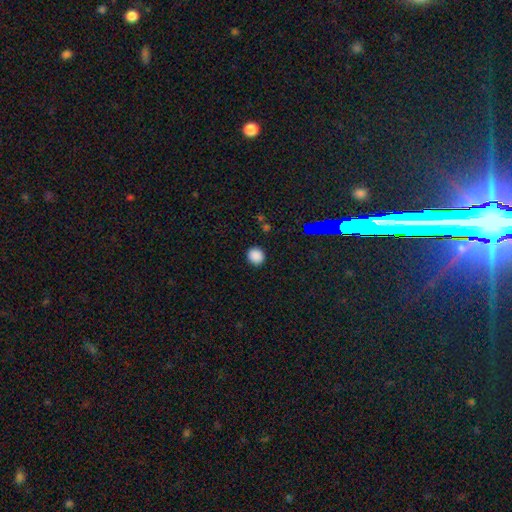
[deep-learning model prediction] A smooth galaxy with no disk features (85%) that is round (87%).

Vote fractions:
- Smooth or featured? smooth: 85% / star or artifact: 12% / featured or disk: 3%
- How rounded? round: 87% / in between: 12% / cigar-shaped: 1%
- Merging? none: 90% / minor disturbance: 6% / major disturbance: 2% / merger: 1%